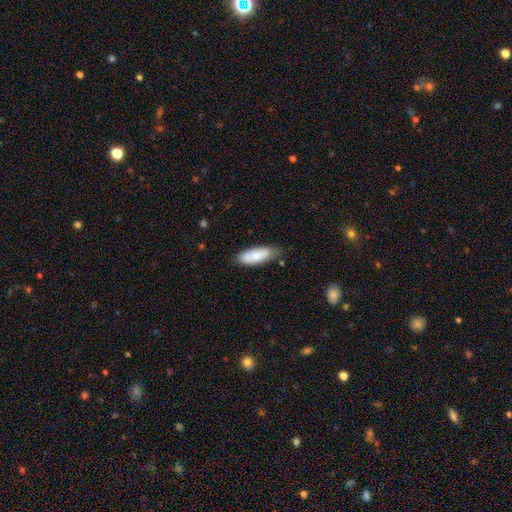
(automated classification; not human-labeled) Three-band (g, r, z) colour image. It shows a smooth galaxy with no disk features (72%) that is in between round and cigar-shaped (73%). Merging: none (71%).